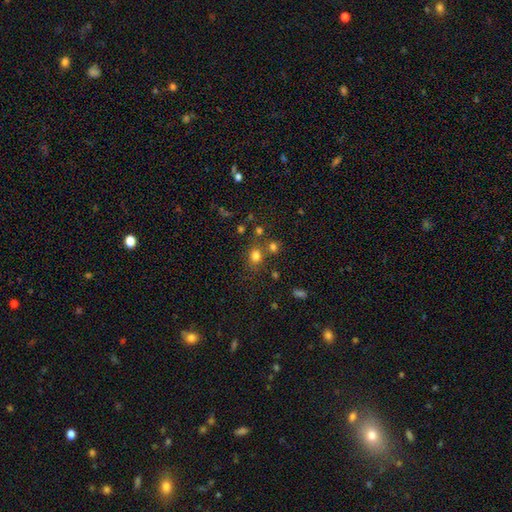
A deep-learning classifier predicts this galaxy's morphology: Q: Smooth or featured?
A: smooth (75%); runner-up: star or artifact (18%)
Q: How rounded?
A: round (69%); runner-up: in between (30%)
Q: Merging?
A: none (67%); runner-up: merger (17%)